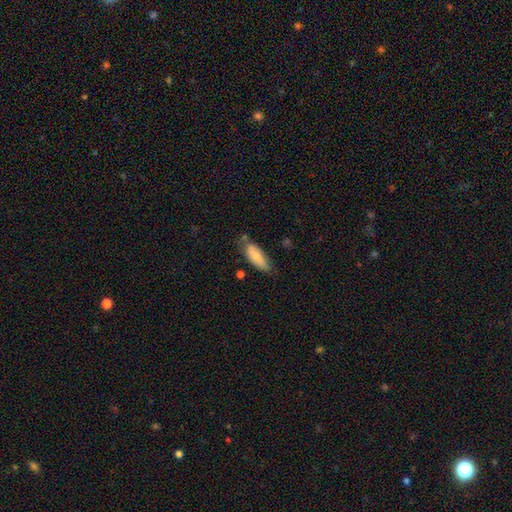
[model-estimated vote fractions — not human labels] Q: Smooth or featured?
A: smooth (73%); runner-up: featured or disk (21%)
Q: How rounded?
A: in between (70%); runner-up: cigar-shaped (28%)
Q: Merging?
A: none (63%); runner-up: minor disturbance (27%)